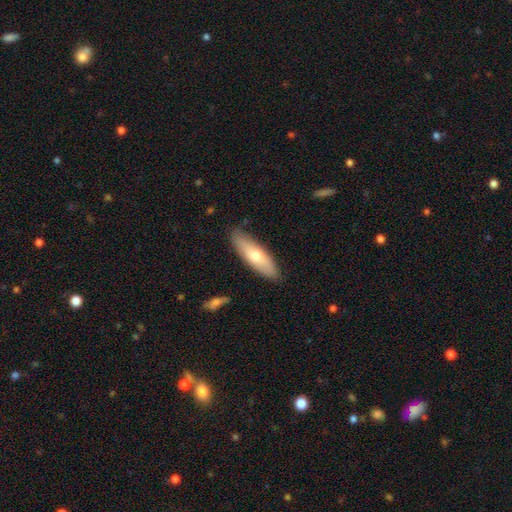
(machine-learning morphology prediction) This appears to be a smooth galaxy with no disk features (64%) that is in between round and cigar-shaped (50%). Merging: none (84%).